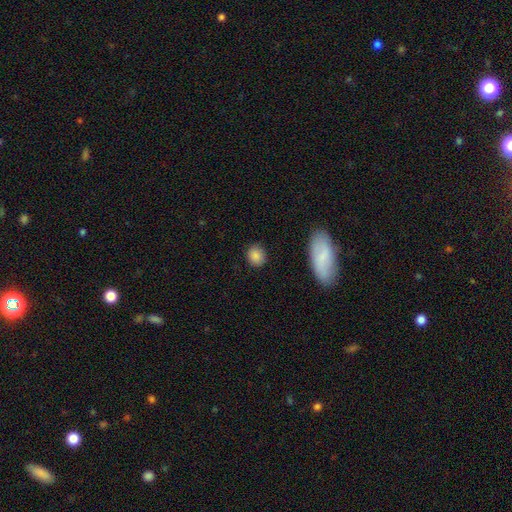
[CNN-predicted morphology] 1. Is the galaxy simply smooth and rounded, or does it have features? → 86% smooth, 9% star or artifact, 5% featured or disk.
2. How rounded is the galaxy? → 74% round, 25% in between, 2% cigar-shaped.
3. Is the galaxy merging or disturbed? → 87% none, 9% minor disturbance, 2% major disturbance, 2% merger.